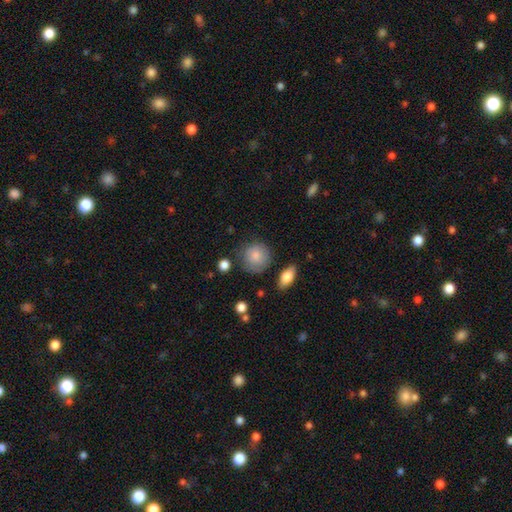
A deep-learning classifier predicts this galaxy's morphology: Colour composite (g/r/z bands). It shows a smooth galaxy with no disk features (83%) that is round (87%). Merging: none (72%).